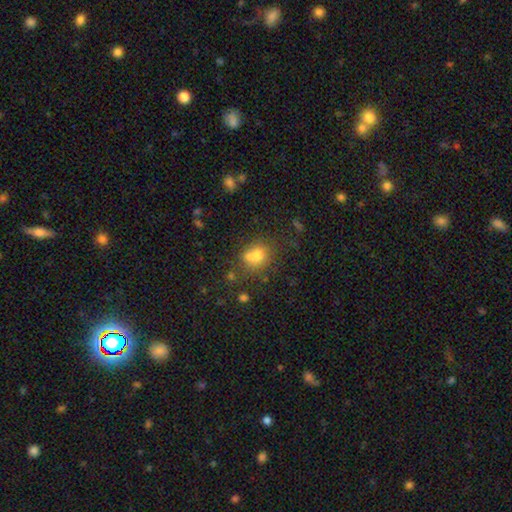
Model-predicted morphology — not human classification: This is likely a smooth galaxy (72%). How rounded: likely round (67%). Merging: possibly none (46%).